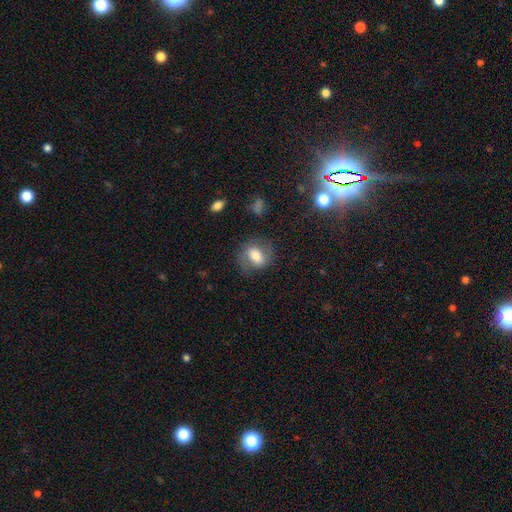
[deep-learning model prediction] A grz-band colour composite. It shows a smooth galaxy with no disk features (57%) that is in between round and cigar-shaped (60%). Merging: none (69%).